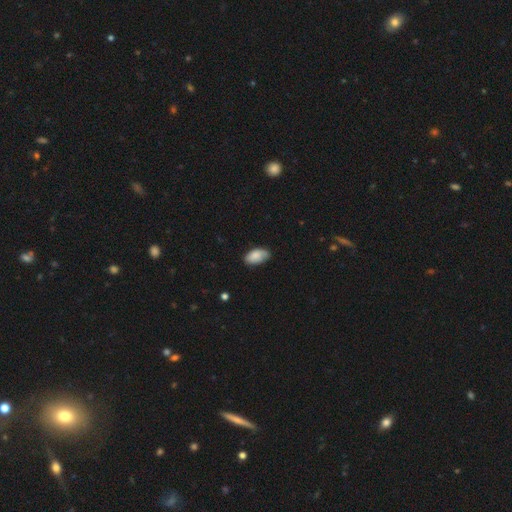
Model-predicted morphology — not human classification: A smooth galaxy with no disk features (81%) that is in between round and cigar-shaped (95%). Merging: none (69%).